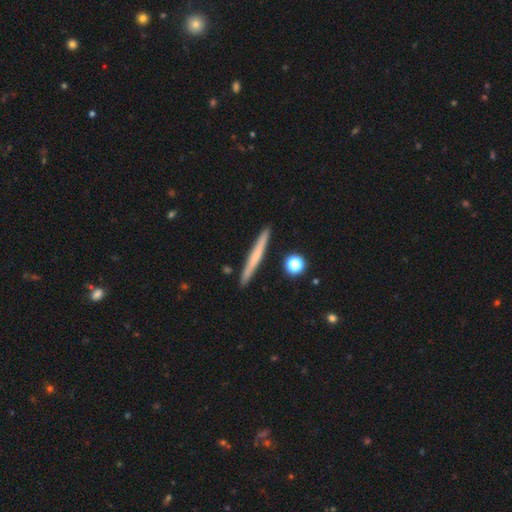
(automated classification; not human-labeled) smooth_or_featured: smooth (p=0.54) [alt: featured or disk p=0.40]
how_rounded: cigar-shaped (p=0.96) [alt: in between p=0.02]
merging: none (p=0.91) [alt: minor disturbance p=0.06]